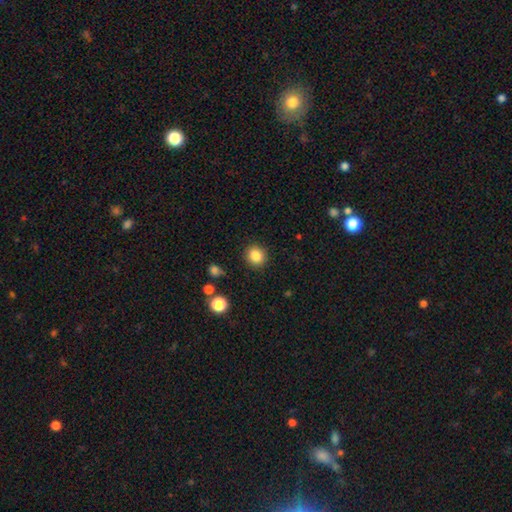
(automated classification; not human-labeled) Overall: smooth (85%). How rounded: round (81%). Merging: none (89%).